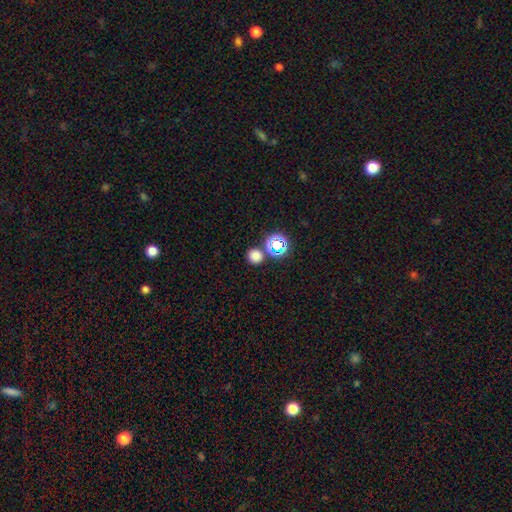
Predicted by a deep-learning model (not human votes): Smooth or featured?
  - smooth: 73% *
  - star or artifact: 22%
  - featured or disk: 5%
How rounded?
  - round: 89% *
  - in between: 10%
  - cigar-shaped: 1%
Merging?
  - none: 78% *
  - merger: 12%
  - minor disturbance: 7%
  - major disturbance: 3%